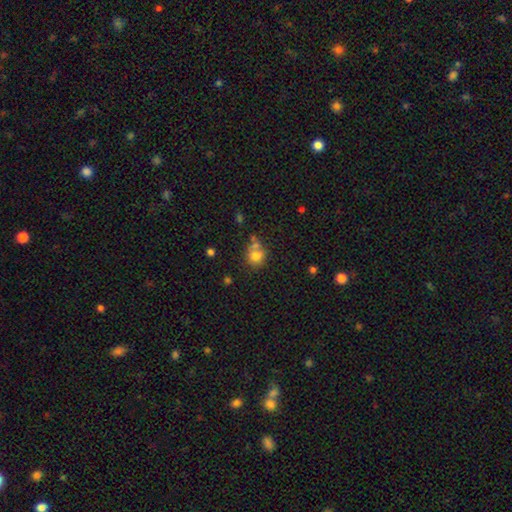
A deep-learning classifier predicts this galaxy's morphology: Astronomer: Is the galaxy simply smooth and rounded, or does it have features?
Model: smooth — 76%.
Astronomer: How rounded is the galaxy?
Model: round — 76%.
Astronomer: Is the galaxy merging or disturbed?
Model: none — 48% (runner-up: merger, 32%).